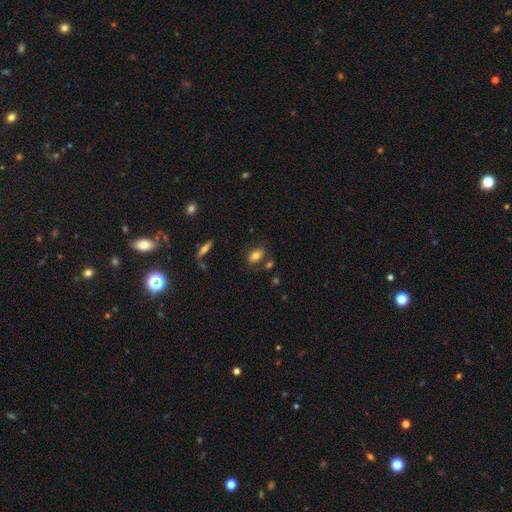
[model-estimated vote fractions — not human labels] smooth_or_featured: smooth (p=0.75) [alt: featured or disk p=0.16]
how_rounded: in between (p=0.87) [alt: round p=0.10]
merging: none (p=0.71) [alt: minor disturbance p=0.14]